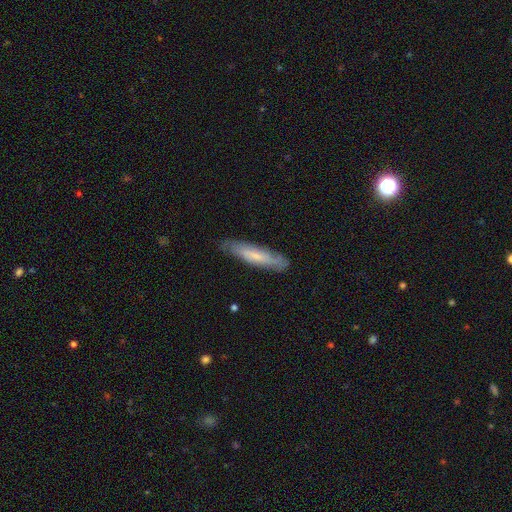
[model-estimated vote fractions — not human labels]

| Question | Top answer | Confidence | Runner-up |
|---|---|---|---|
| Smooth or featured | smooth | 55% | featured or disk (39%) |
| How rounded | cigar-shaped | 80% | in between (19%) |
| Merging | none | 79% | minor disturbance (16%) |